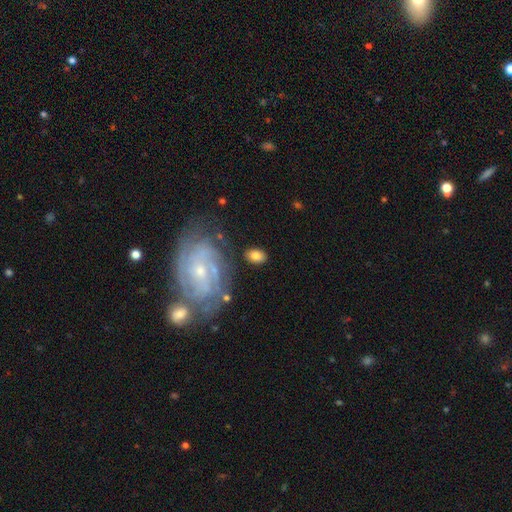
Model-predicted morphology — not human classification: A smooth galaxy with no disk features (75%) that is in between round and cigar-shaped (84%).

Vote fractions:
- Smooth or featured? smooth: 75% / featured or disk: 18% / star or artifact: 7%
- How rounded? in between: 84% / round: 14% / cigar-shaped: 2%
- Merging? none: 78% / minor disturbance: 13% / major disturbance: 5% / merger: 4%